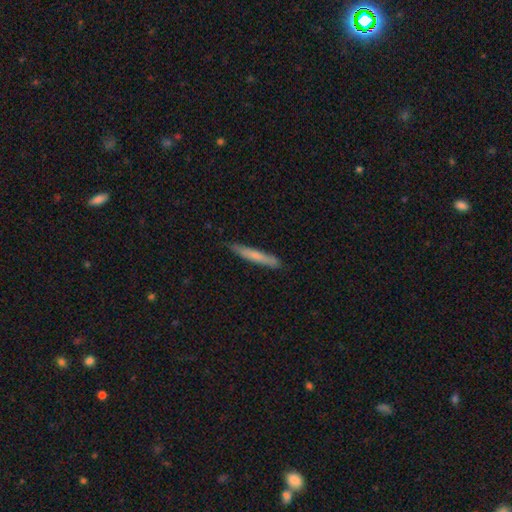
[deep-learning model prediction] Overall: smooth (68%). How rounded: cigar-shaped (95%). Merging: none (86%).